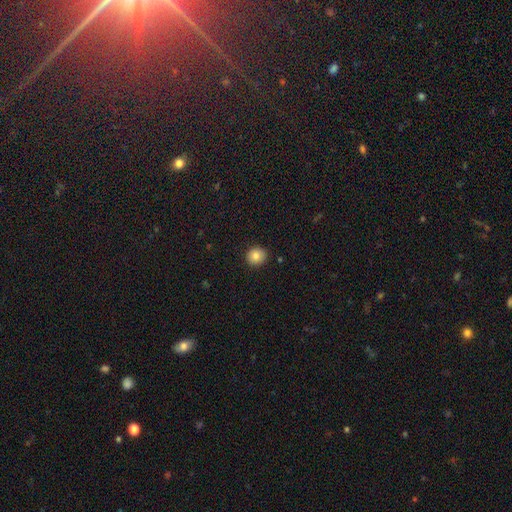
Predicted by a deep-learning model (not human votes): Smooth or featured?
  - smooth: 84% *
  - star or artifact: 10%
  - featured or disk: 7%
How rounded?
  - round: 84% *
  - in between: 15%
  - cigar-shaped: 1%
Merging?
  - none: 89% *
  - minor disturbance: 8%
  - major disturbance: 2%
  - merger: 1%